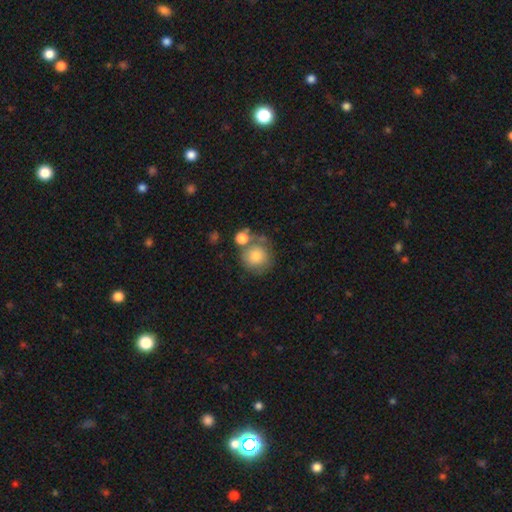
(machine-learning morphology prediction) type=smooth (78%); roundness=round (90%); merging=none (54%).